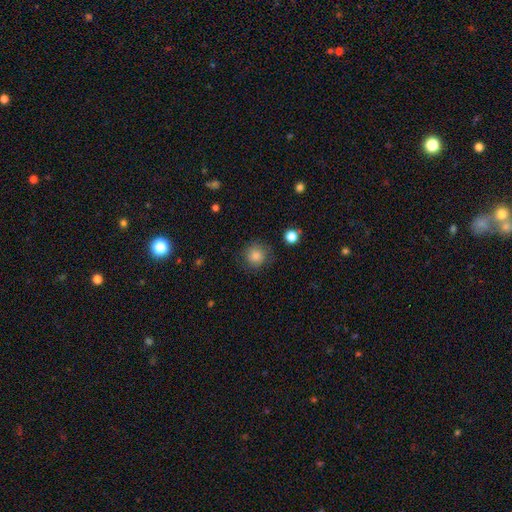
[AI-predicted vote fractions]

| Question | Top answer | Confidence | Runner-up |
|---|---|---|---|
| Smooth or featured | smooth | 80% | star or artifact (11%) |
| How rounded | round | 92% | in between (7%) |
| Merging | none | 82% | minor disturbance (12%) |